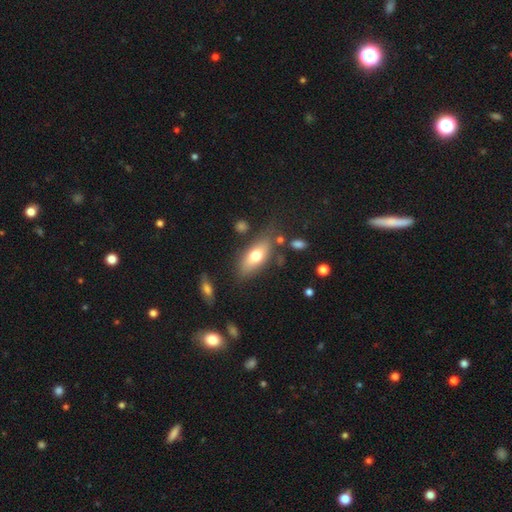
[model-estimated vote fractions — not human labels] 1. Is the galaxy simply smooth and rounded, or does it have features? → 69% smooth, 24% featured or disk, 7% star or artifact.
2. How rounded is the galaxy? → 78% in between, 19% cigar-shaped, 4% round.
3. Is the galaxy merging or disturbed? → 72% none, 17% minor disturbance, 6% major disturbance, 5% merger.